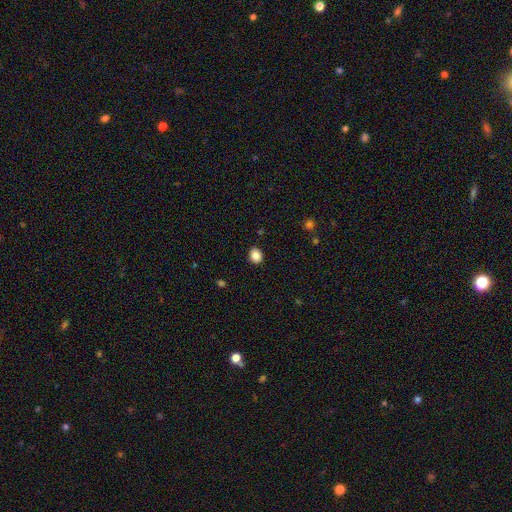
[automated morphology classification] smooth-or-featured: smooth: 86% | star or artifact: 10% | featured or disk: 4%
  how-rounded: round: 57% | in between: 42% | cigar-shaped: 1%
  merging: none: 88% | minor disturbance: 9% | major disturbance: 2% | merger: 1%